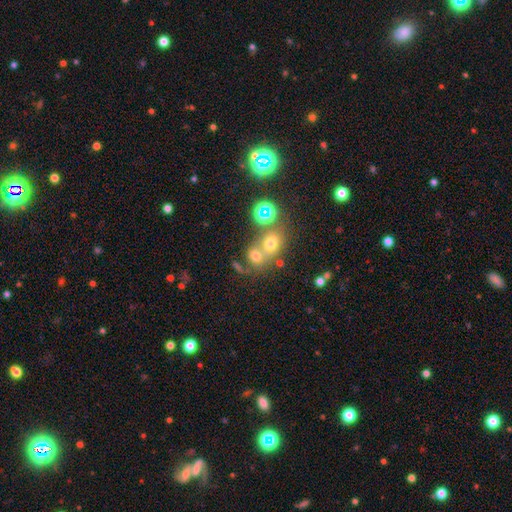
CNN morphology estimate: Smooth or featured? smooth (63%)
How rounded? round (69%)
Merging? merger (47%)